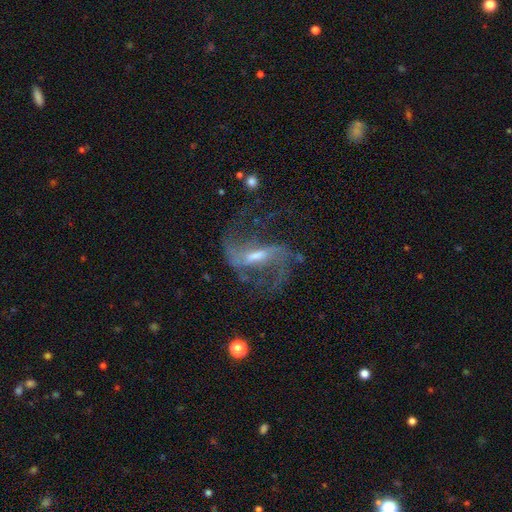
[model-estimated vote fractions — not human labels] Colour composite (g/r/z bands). It shows a featured or disk galaxy (86%) with a strong bar (47%), 2 (82%) loose (53%) spiral arms (94%) and a small central bulge (46%). Merging: none (64%).